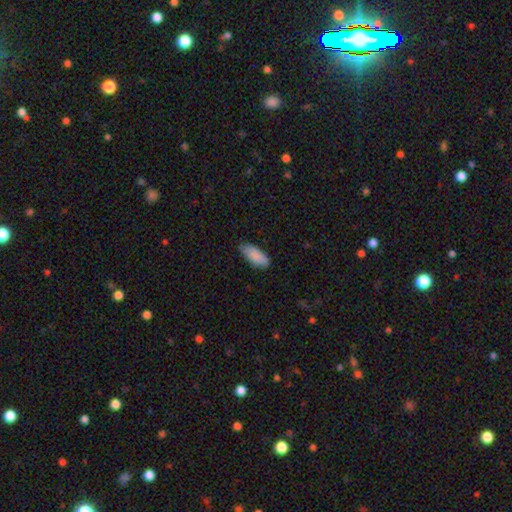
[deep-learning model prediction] This appears to be a smooth galaxy with no disk features (88%) that is in between round and cigar-shaped (85%). Merging: none (78%).